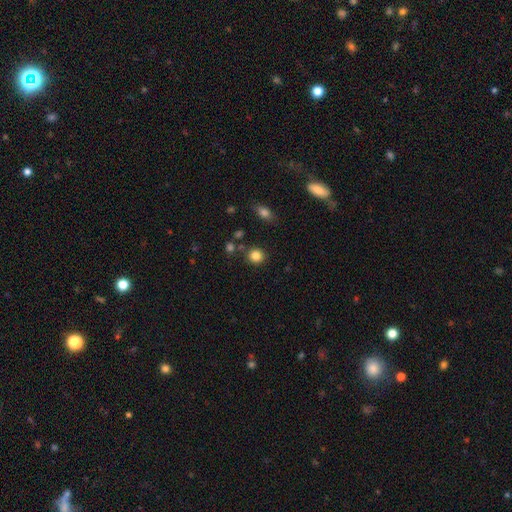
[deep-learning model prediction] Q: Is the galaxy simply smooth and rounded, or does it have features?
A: smooth — 84%.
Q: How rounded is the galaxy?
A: round — 88%.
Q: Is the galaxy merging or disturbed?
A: none — 84%.